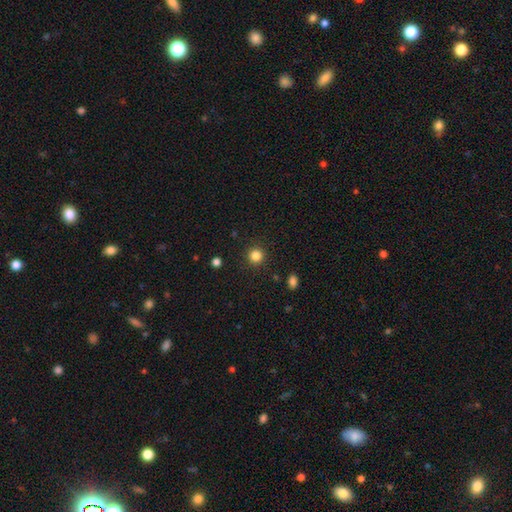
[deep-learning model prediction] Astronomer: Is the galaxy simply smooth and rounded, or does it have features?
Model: smooth — 84%.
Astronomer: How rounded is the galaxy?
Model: round — 94%.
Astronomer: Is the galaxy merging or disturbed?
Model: none — 91%.